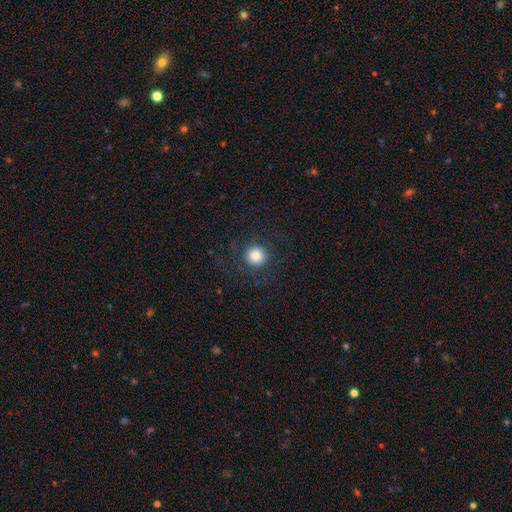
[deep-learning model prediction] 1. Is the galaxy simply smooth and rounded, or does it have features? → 78% smooth, 12% star or artifact, 10% featured or disk.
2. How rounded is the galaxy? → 95% round, 4% in between, 1% cigar-shaped.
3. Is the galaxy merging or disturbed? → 84% none, 9% minor disturbance, 6% major disturbance, 1% merger.